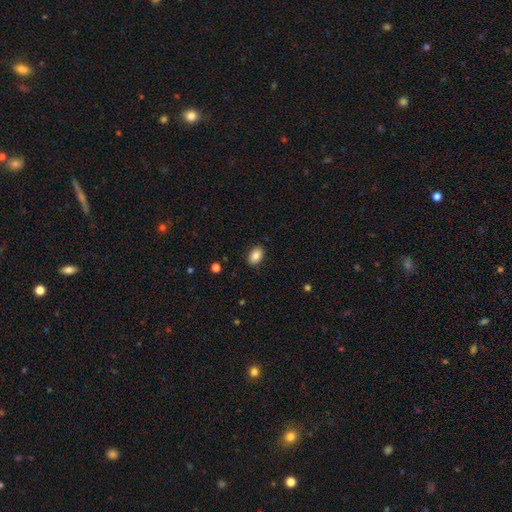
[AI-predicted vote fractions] smooth-or-featured: smooth: 84% | star or artifact: 8% | featured or disk: 7%
  how-rounded: in between: 83% | round: 16% | cigar-shaped: 1%
  merging: none: 88% | minor disturbance: 8% | major disturbance: 2% | merger: 1%